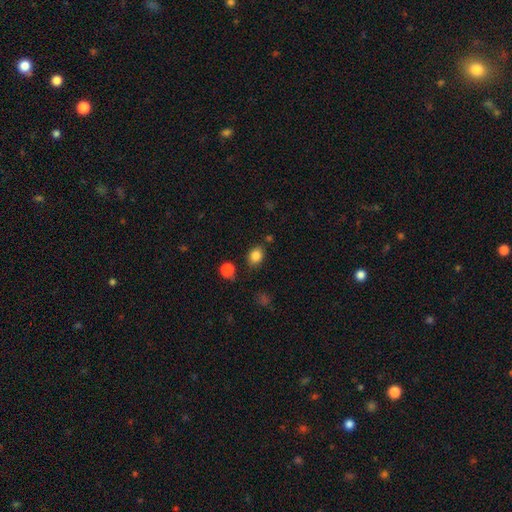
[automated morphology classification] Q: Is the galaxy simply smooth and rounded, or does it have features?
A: smooth — 85%.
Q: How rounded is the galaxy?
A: in between — 53%.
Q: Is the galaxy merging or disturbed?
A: none — 79%.